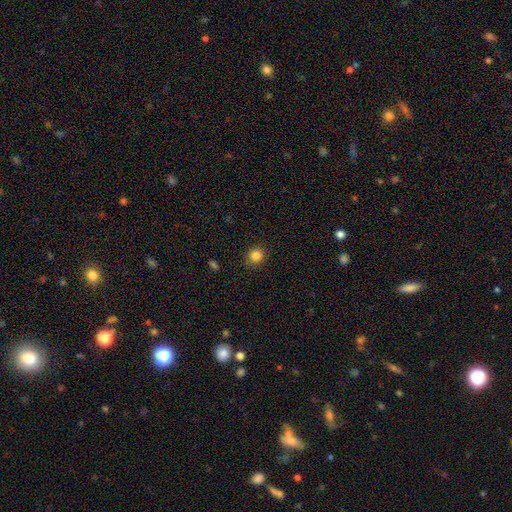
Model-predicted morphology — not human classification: type=smooth (84%); roundness=round (87%); merging=none (89%).